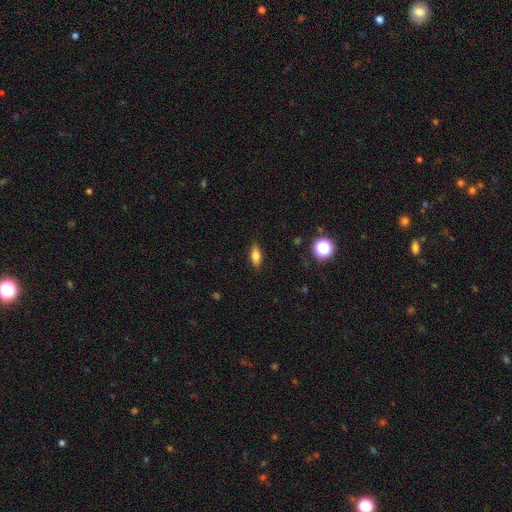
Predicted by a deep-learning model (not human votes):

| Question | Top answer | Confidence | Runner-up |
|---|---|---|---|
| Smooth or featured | smooth | 77% | featured or disk (13%) |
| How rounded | in between | 76% | cigar-shaped (19%) |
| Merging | none | 86% | minor disturbance (10%) |